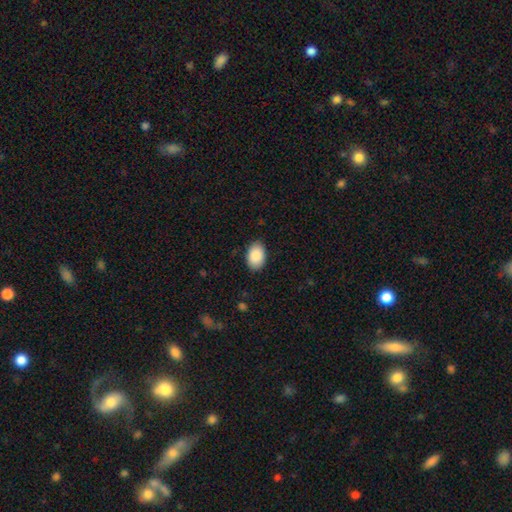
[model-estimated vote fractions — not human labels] Smooth or featured? smooth (90%)
How rounded? in between (89%)
Merging? none (87%)